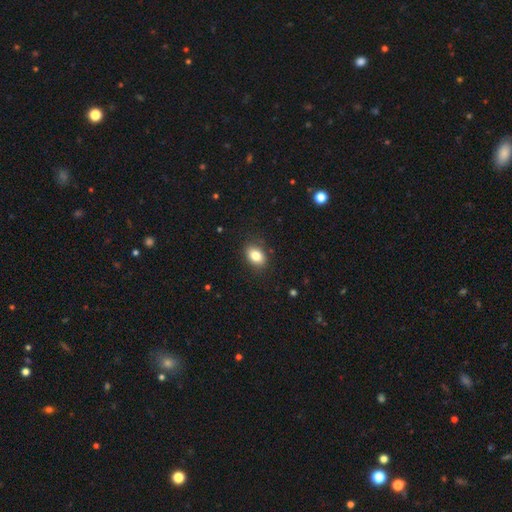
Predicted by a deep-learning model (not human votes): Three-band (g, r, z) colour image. It shows a smooth galaxy with no disk features (82%) that is in between round and cigar-shaped (81%). Merging: none (86%).